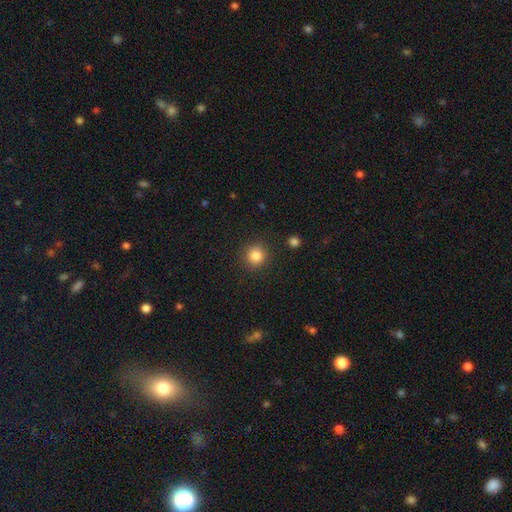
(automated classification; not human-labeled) Overall: smooth (84%). How rounded: round (94%). Merging: none (90%).